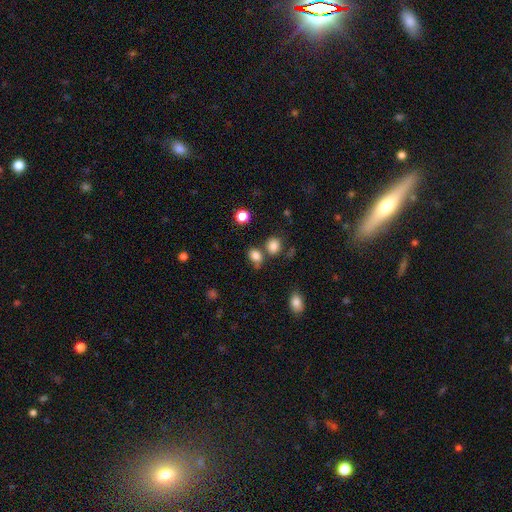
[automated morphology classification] This appears to be a smooth galaxy with no disk features (83%) that is in between round and cigar-shaped (58%). Merging: none (61%).